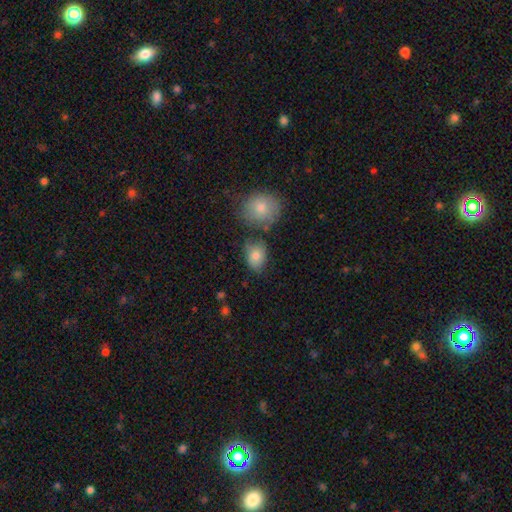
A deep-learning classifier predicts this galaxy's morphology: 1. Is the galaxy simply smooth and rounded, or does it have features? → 80% smooth, 11% featured or disk, 9% star or artifact.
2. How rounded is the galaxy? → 61% in between, 38% round, 1% cigar-shaped.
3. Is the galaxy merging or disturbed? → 58% none, 21% minor disturbance, 15% merger, 6% major disturbance.